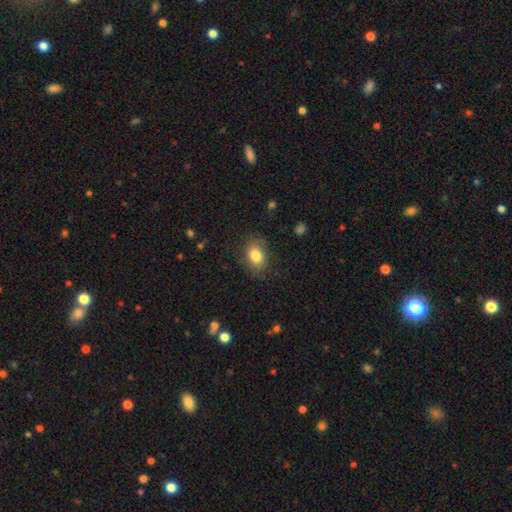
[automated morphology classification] Smooth or featured? smooth (81%)
How rounded? in between (74%)
Merging? none (78%)